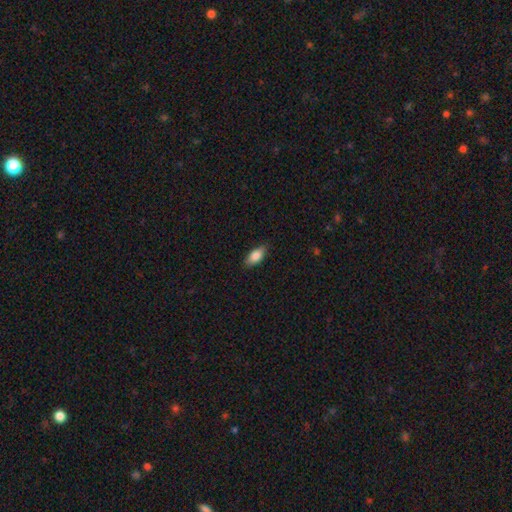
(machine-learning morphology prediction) Overall: smooth (83%). How rounded: in between (88%). Merging: none (83%).